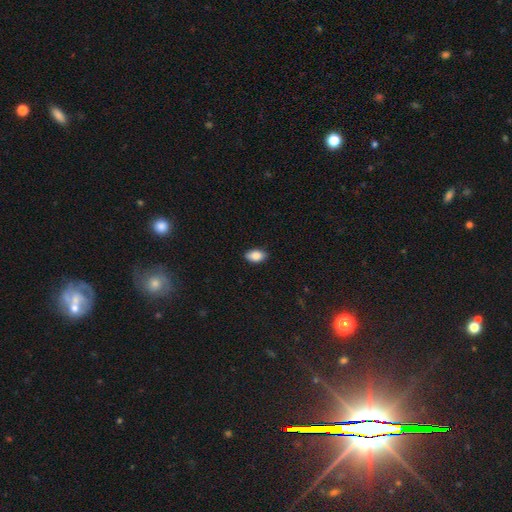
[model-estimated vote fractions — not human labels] smooth_or_featured: smooth (p=0.86) [alt: star or artifact p=0.07]
how_rounded: in between (p=0.92) [alt: round p=0.05]
merging: none (p=0.88) [alt: minor disturbance p=0.09]